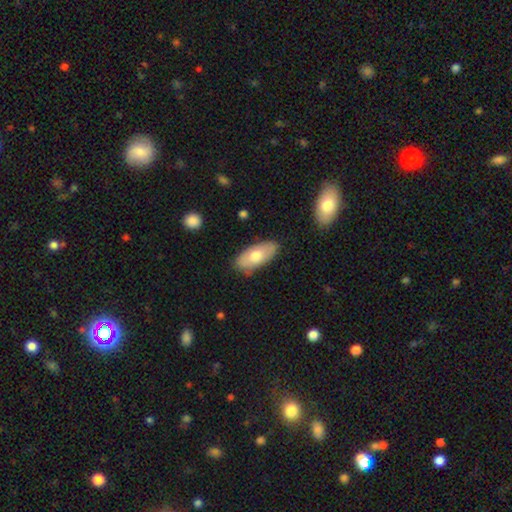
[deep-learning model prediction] This appears to be a smooth galaxy with no disk features (68%) that is in between round and cigar-shaped (89%). Merging: none (82%).